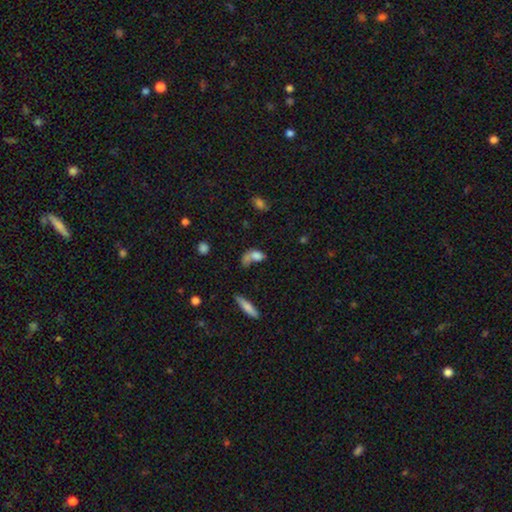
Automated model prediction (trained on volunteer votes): Morphology: type=smooth (69%); roundness=in between (72%); merging=merger (35%).